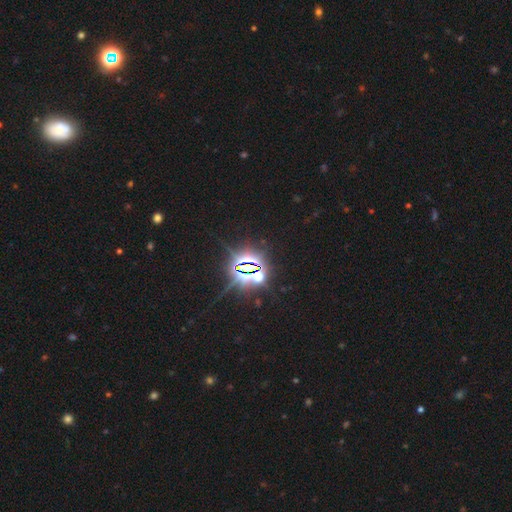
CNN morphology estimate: A star or artifact, not a galaxy (86%).